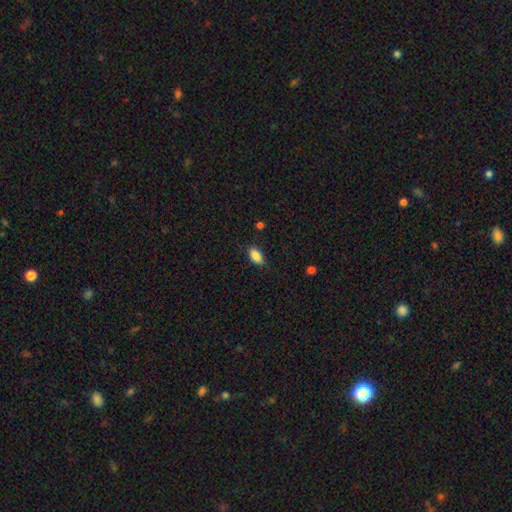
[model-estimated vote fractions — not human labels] Q: Smooth or featured?
A: smooth (86%); runner-up: star or artifact (8%)
Q: How rounded?
A: in between (90%); runner-up: cigar-shaped (6%)
Q: Merging?
A: none (82%); runner-up: minor disturbance (14%)